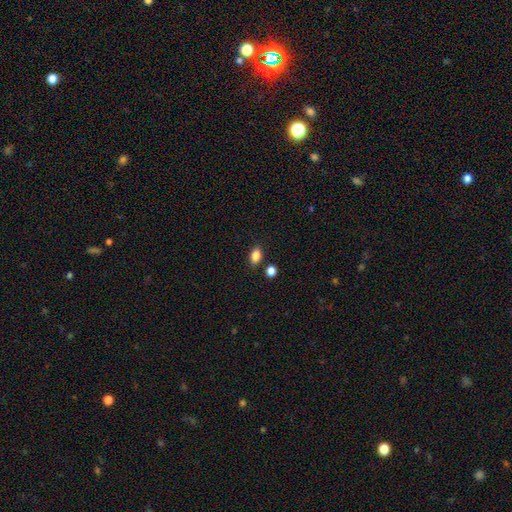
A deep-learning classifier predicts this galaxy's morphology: This appears to be a smooth galaxy with no disk features (86%) that is in between round and cigar-shaped (84%). Merging: none (80%).